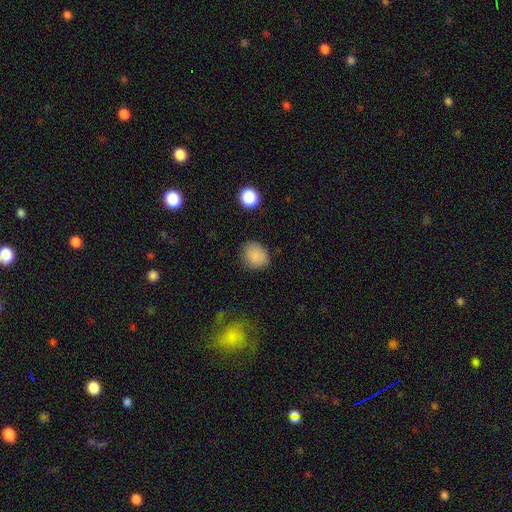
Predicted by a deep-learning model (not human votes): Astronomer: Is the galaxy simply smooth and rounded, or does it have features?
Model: smooth — 86%.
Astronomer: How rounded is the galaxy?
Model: round — 66%.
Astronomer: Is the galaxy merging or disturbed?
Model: none — 79%.